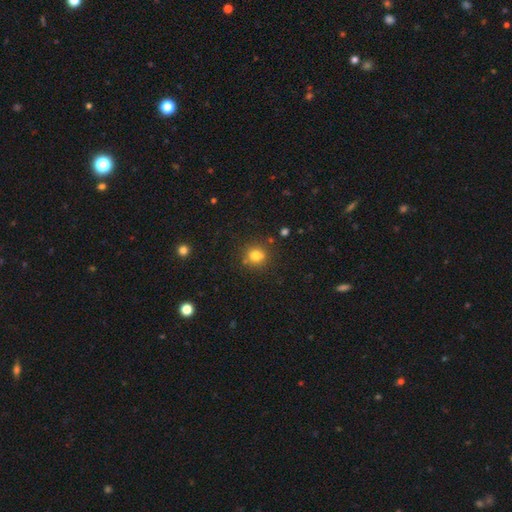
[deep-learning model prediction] Morphology: type=smooth (79%); roundness=round (82%); merging=none (79%).